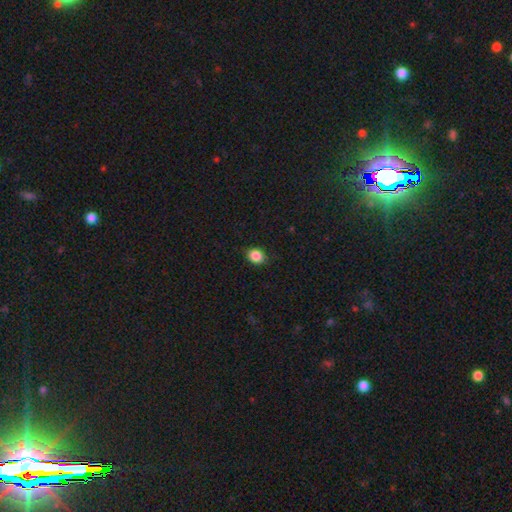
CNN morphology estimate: smooth_or_featured: smooth (p=0.86) [alt: star or artifact p=0.10]
how_rounded: round (p=0.59) [alt: in between p=0.40]
merging: none (p=0.85) [alt: minor disturbance p=0.12]